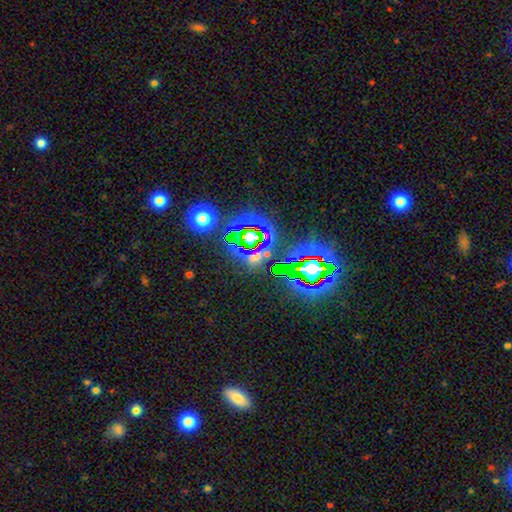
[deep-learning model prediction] This appears to be a star or artifact, not a galaxy (71%).